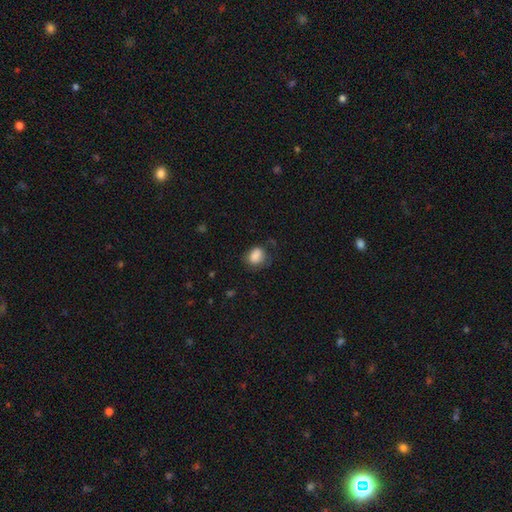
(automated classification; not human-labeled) smooth 84%, star or artifact 9%, featured or disk 7%. Down the decision tree: how rounded — in between (52%); merging — none (56%).